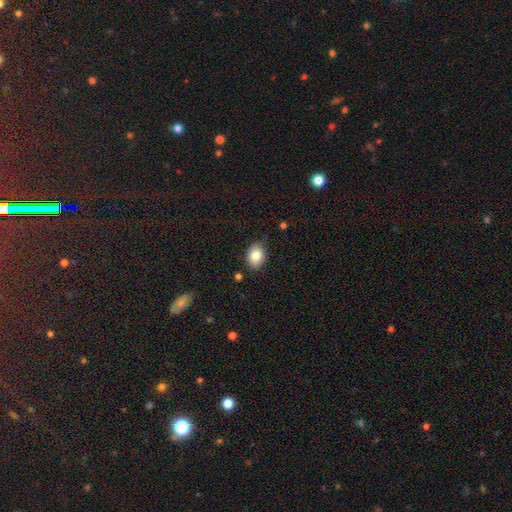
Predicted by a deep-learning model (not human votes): A smooth galaxy with no disk features (83%) that is in between round and cigar-shaped (69%). Merging: none (83%).